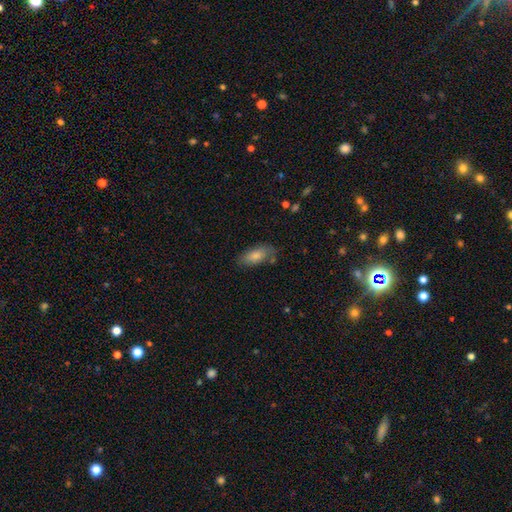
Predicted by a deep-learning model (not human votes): smooth_or_featured: smooth (p=0.80) [alt: featured or disk p=0.14]
how_rounded: in between (p=0.88) [alt: cigar-shaped p=0.09]
merging: none (p=0.71) [alt: minor disturbance p=0.20]